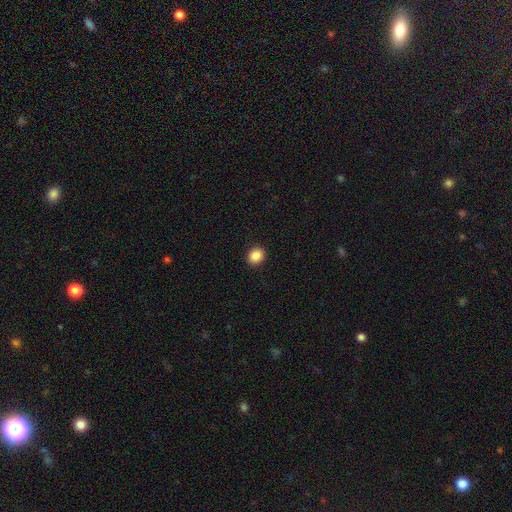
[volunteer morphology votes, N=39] Q: Smooth or featured?
A: smooth (90%); runner-up: star or artifact (10%)
Q: How rounded?
A: round (77%); runner-up: in between (23%)
Q: Merging?
A: none (86%); runner-up: minor disturbance (14%)